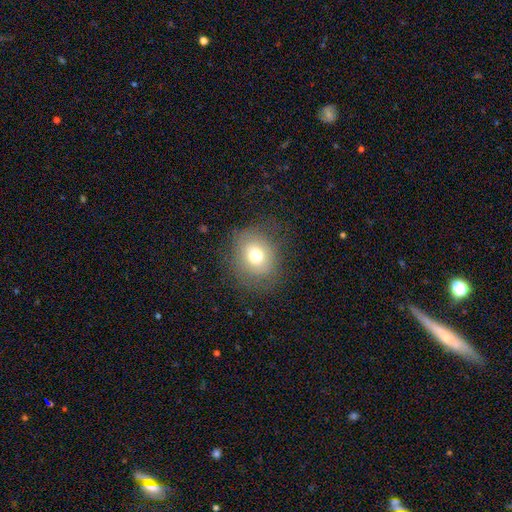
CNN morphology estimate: This appears to be a smooth galaxy with no disk features (72%) that is round (70%). Merging: none (77%).